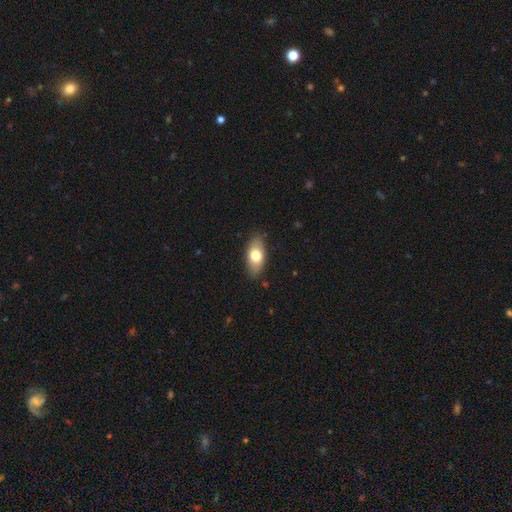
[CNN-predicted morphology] type=smooth (72%); roundness=in between (88%); merging=none (86%).